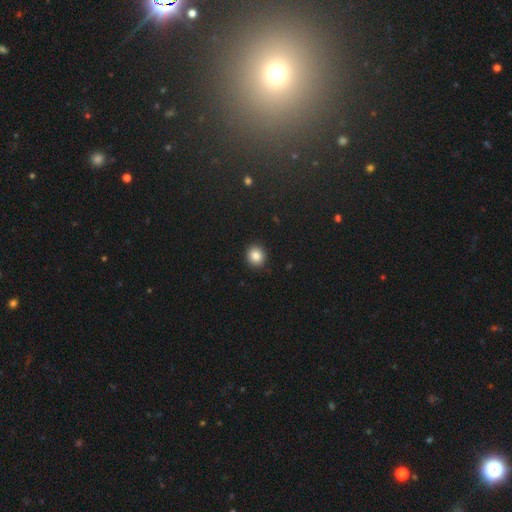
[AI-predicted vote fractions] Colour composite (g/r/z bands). It shows a smooth galaxy with no disk features (86%) that is round (88%). Merging: none (92%).